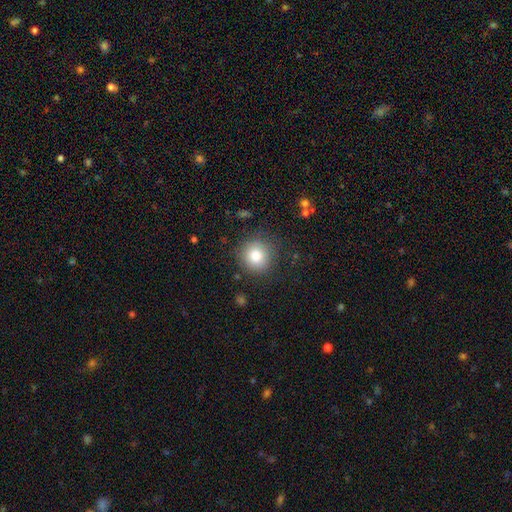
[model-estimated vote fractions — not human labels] smooth_or_featured: smooth (p=0.81) [alt: star or artifact p=0.10]
how_rounded: round (p=0.93) [alt: in between p=0.07]
merging: none (p=0.84) [alt: minor disturbance p=0.10]